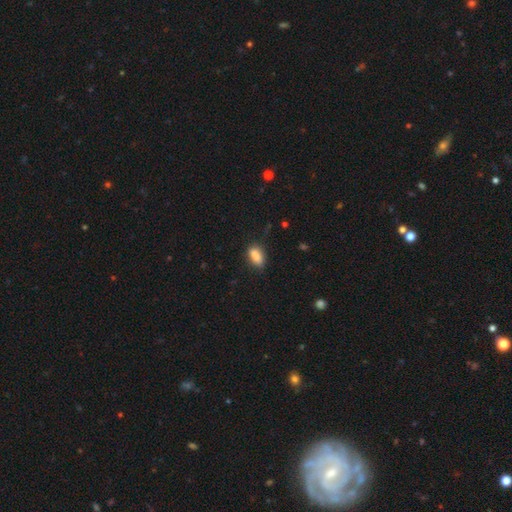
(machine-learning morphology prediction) Smooth or featured: smooth — 85% (star or artifact — 8%)
How rounded: in between — 83% (cigar-shaped — 10%)
Merging: none — 70% (minor disturbance — 21%)